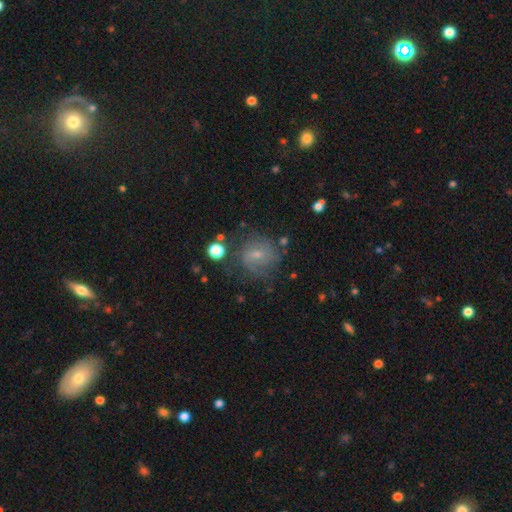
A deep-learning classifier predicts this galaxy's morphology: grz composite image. It shows a featured or disk galaxy (49%). Merging: none (63%).